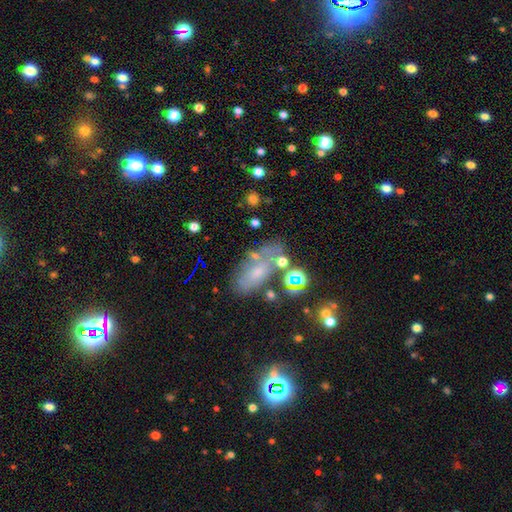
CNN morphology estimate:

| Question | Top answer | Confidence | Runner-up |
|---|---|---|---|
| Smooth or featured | smooth | 48% | featured or disk (34%) |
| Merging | none | 54% | minor disturbance (22%) |